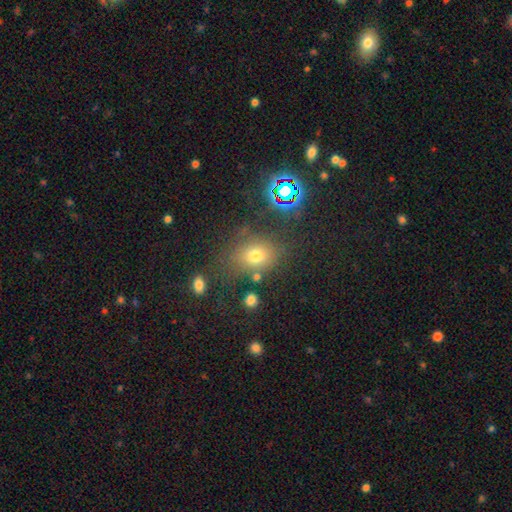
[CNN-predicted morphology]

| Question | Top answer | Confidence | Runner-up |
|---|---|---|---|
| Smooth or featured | smooth | 67% | star or artifact (21%) |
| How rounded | in between | 52% | round (47%) |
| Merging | none | 69% | minor disturbance (15%) |